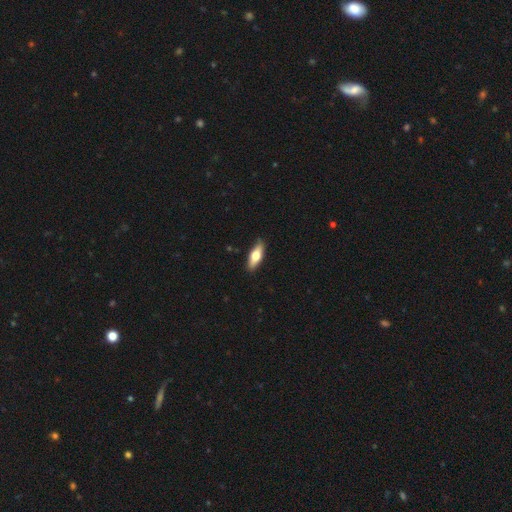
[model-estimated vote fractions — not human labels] Smooth or featured? smooth (62%)
How rounded? in between (61%)
Merging? none (87%)